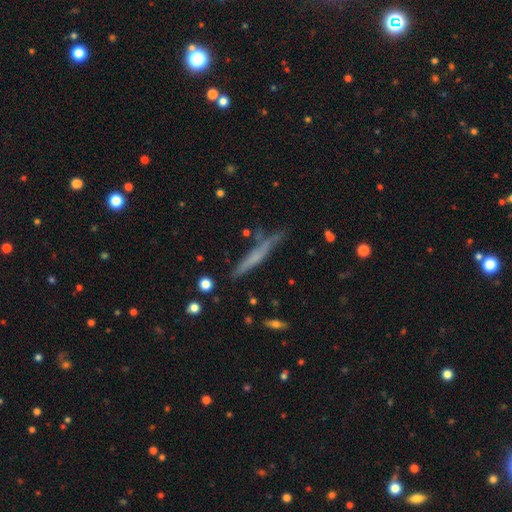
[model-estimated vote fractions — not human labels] Smooth or featured: smooth — 46% (tied with featured or disk — 46%)
Merging: none — 76% (minor disturbance — 16%)